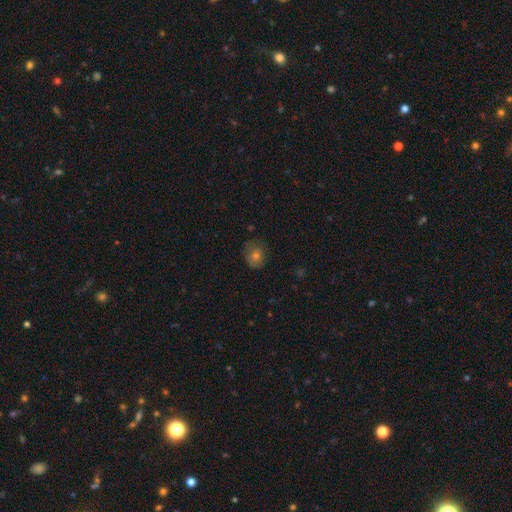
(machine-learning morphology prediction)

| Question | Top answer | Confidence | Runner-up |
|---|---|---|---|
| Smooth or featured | smooth | 66% | featured or disk (18%) |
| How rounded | round | 62% | in between (37%) |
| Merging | none | 72% | minor disturbance (20%) |